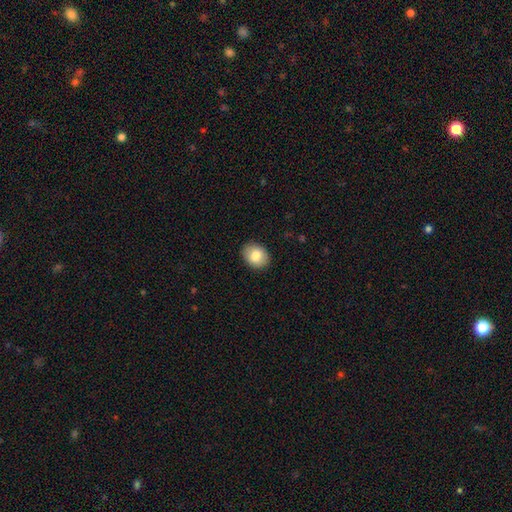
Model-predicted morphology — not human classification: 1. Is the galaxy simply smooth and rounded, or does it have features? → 83% smooth, 10% featured or disk, 7% star or artifact.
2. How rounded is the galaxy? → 61% in between, 39% round, 1% cigar-shaped.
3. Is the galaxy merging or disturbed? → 90% none, 8% minor disturbance, 2% major disturbance, 1% merger.